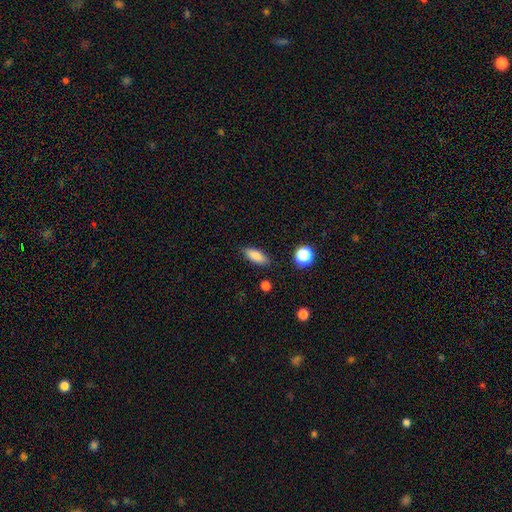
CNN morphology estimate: Q: Smooth or featured?
A: smooth (85%); runner-up: star or artifact (8%)
Q: How rounded?
A: in between (71%); runner-up: cigar-shaped (26%)
Q: Merging?
A: none (86%); runner-up: minor disturbance (9%)